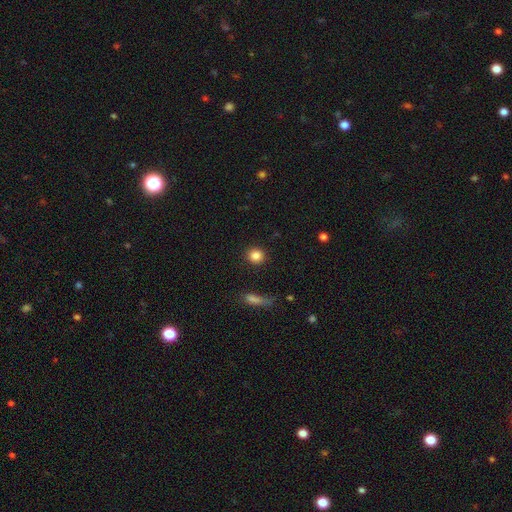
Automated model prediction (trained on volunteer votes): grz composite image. It shows a smooth galaxy with no disk features (85%) that is round (90%). Merging: none (89%).